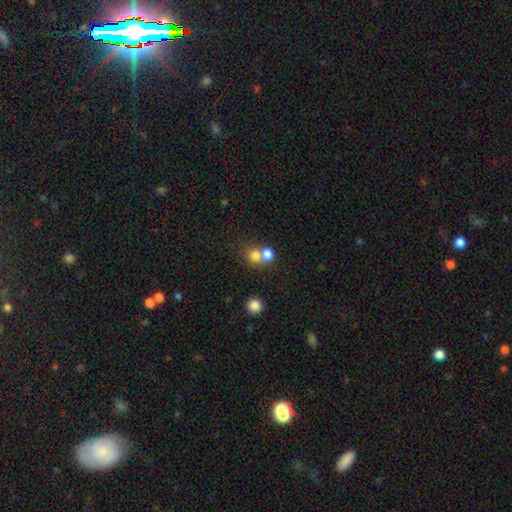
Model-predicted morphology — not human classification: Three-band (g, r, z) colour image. It shows a smooth galaxy with no disk features (75%) that is round (82%). Merging: merger (53%).